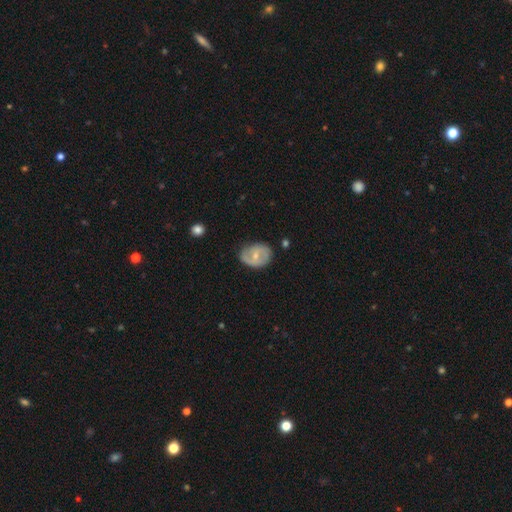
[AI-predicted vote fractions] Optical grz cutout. It shows a featured or disk galaxy (55%) with a weak bar (45%), spiral arms (64%) and a small central bulge (52%). Merging: none (65%).